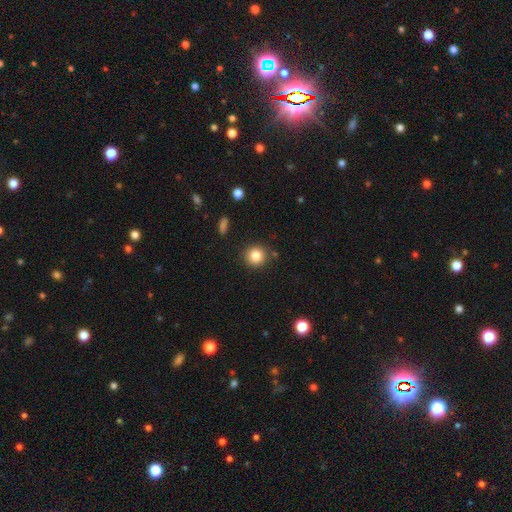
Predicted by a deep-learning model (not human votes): This is clearly a smooth galaxy (84%). How rounded: clearly round (92%). Merging: clearly none (86%).